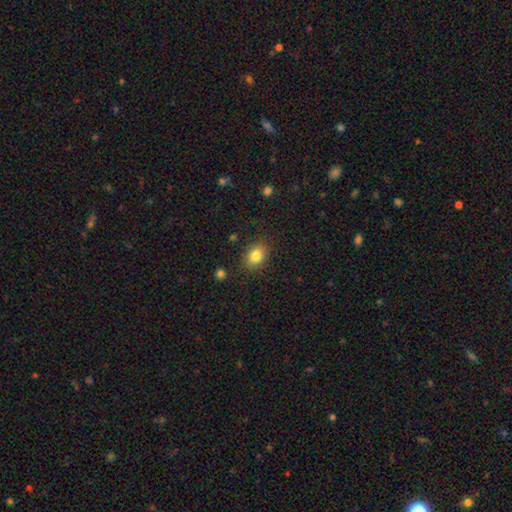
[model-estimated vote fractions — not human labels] smooth_or_featured: smooth (p=0.83) [alt: star or artifact p=0.10]
how_rounded: in between (p=0.68) [alt: round p=0.31]
merging: none (p=0.86) [alt: minor disturbance p=0.10]